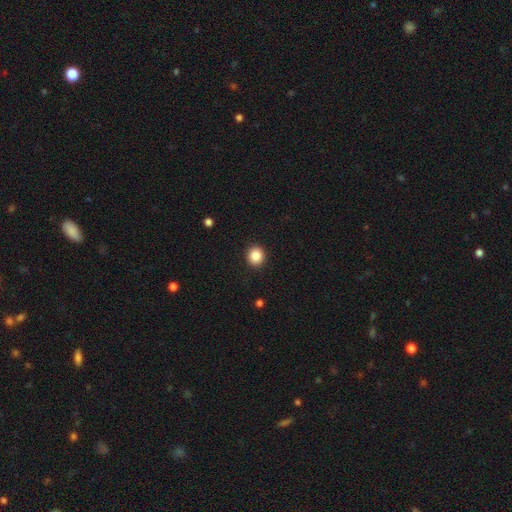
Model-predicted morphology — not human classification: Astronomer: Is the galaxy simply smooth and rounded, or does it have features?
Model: smooth — 87%.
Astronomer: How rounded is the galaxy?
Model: round — 87%.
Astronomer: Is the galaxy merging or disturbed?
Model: none — 92%.